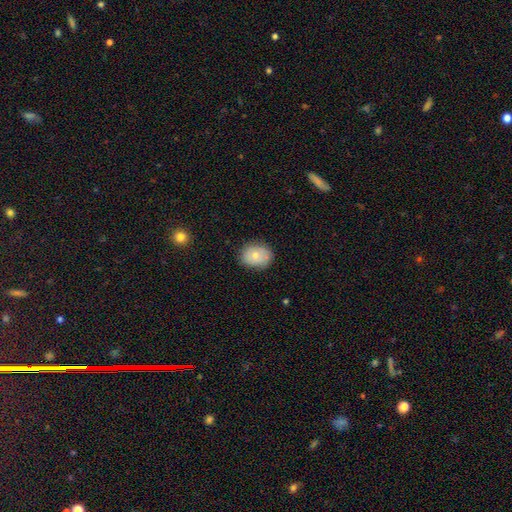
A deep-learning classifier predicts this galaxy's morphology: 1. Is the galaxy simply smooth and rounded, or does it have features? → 70% smooth, 22% featured or disk, 8% star or artifact.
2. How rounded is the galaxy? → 52% in between, 47% round, 1% cigar-shaped.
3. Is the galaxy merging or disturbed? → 82% none, 14% minor disturbance, 3% major disturbance, 1% merger.